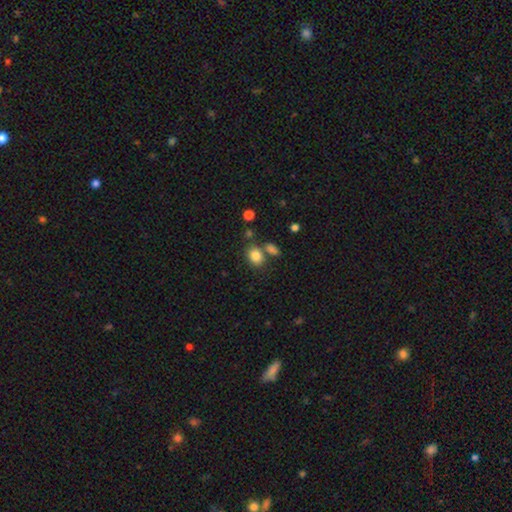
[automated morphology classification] smooth_or_featured: smooth (p=0.83) [alt: star or artifact p=0.10]
how_rounded: in between (p=0.53) [alt: round p=0.46]
merging: none (p=0.66) [alt: merger p=0.17]